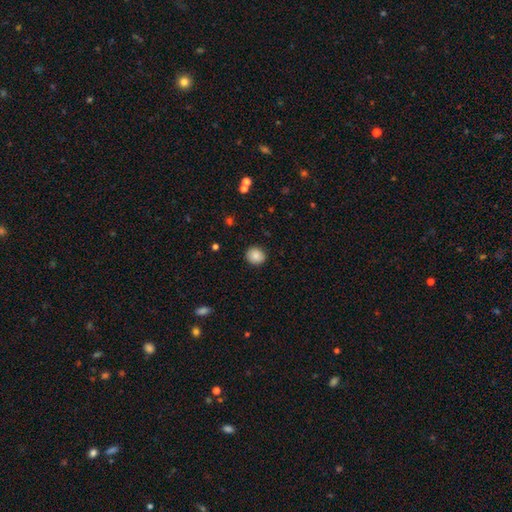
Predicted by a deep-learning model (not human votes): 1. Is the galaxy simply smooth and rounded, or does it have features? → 87% smooth, 8% star or artifact, 5% featured or disk.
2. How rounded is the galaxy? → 83% round, 16% in between, 1% cigar-shaped.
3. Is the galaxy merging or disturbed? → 90% none, 7% minor disturbance, 2% major disturbance, 1% merger.